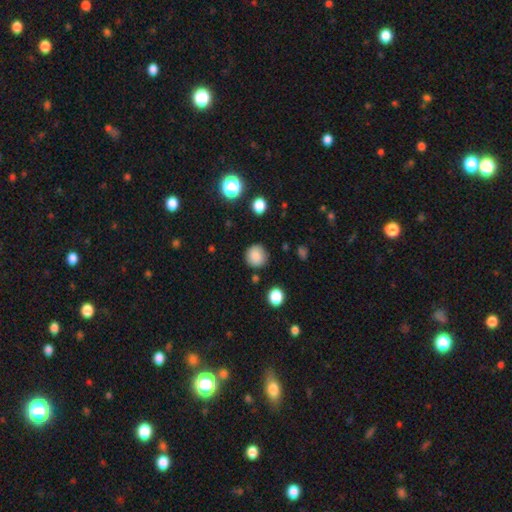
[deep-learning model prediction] The model was most divided on "smooth or featured": smooth: 85%, star or artifact: 10%, featured or disk: 4%. More confident: how rounded — round (92%); merging — none (85%).